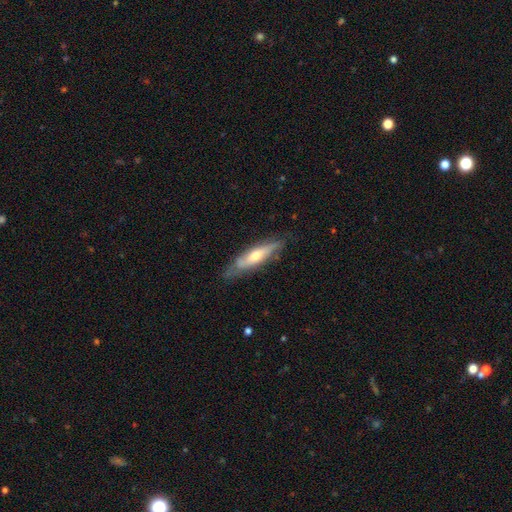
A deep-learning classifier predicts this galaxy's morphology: Smooth or featured? Predicted: featured or disk (p=0.57). Edge-on disk? Predicted: yes (p=0.55). Merging? Predicted: none (p=0.71).